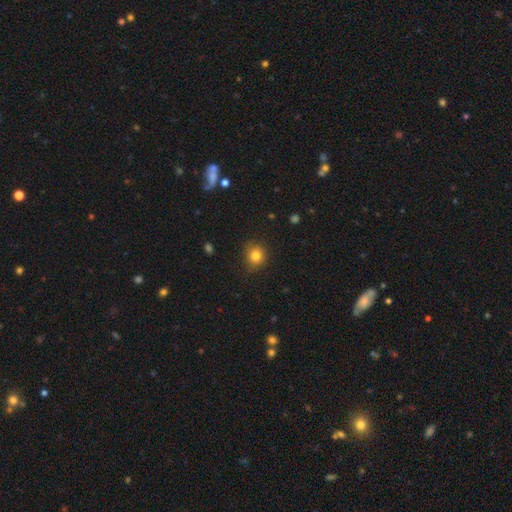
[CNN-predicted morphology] This is clearly a smooth galaxy (82%). How rounded: clearly round (86%). Merging: clearly none (86%).